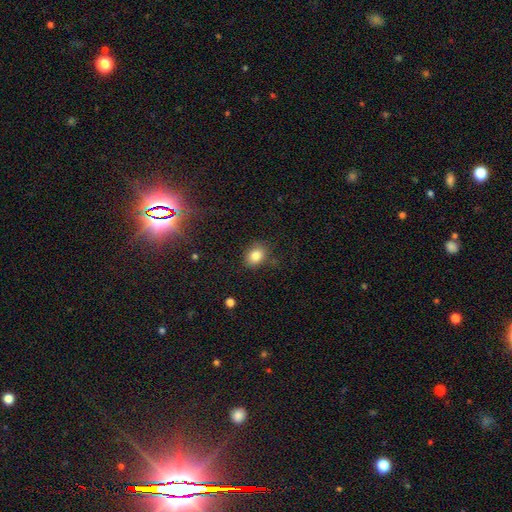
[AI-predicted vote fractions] Smooth or featured? smooth (83%)
How rounded? in between (64%)
Merging? none (81%)